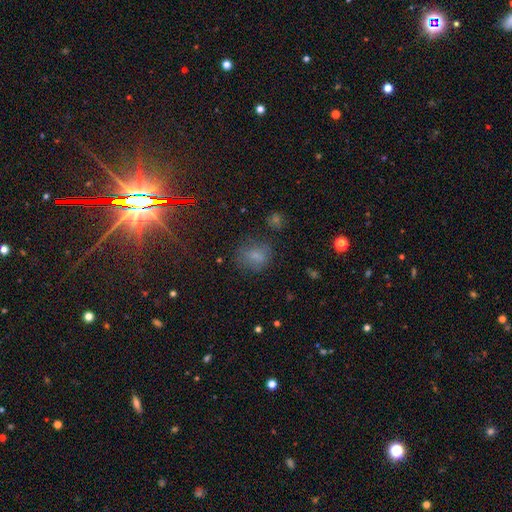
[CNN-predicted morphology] This is likely a smooth galaxy (67%). How rounded: likely round (64%). Merging: likely none (68%).